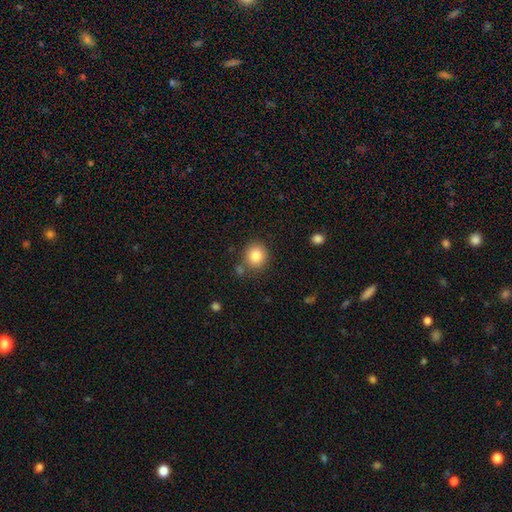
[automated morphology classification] Overall: smooth (83%). How rounded: round (87%). Merging: none (79%).